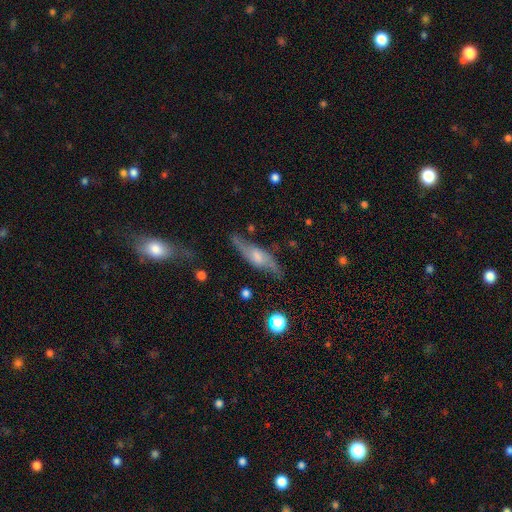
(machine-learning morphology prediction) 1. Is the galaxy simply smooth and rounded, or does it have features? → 70% featured or disk, 22% smooth, 8% star or artifact.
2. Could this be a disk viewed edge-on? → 58% yes, 42% no.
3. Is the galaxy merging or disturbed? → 70% none, 20% minor disturbance, 8% major disturbance, 3% merger.